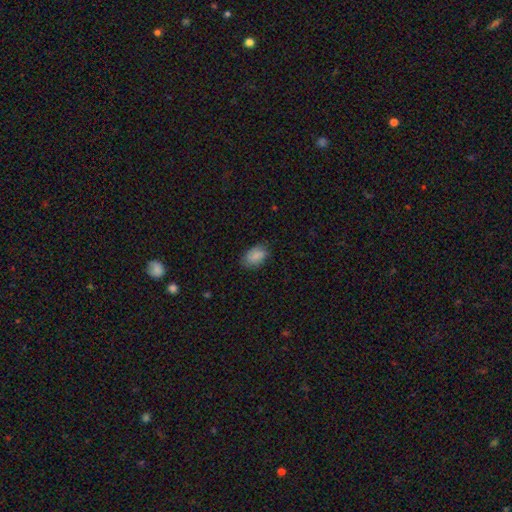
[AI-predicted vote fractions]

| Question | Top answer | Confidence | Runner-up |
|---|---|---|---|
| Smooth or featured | smooth | 84% | featured or disk (9%) |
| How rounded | in between | 90% | round (8%) |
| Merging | none | 73% | minor disturbance (21%) |